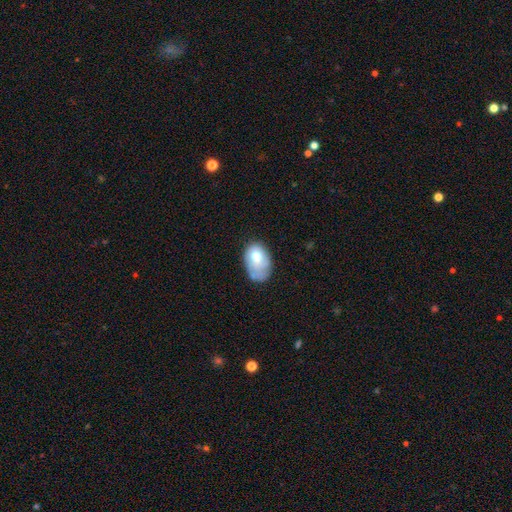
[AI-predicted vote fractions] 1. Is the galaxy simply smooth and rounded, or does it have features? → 66% smooth, 26% featured or disk, 8% star or artifact.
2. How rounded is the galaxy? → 81% in between, 18% round, 1% cigar-shaped.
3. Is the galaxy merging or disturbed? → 40% minor disturbance, 33% none, 22% major disturbance, 6% merger.